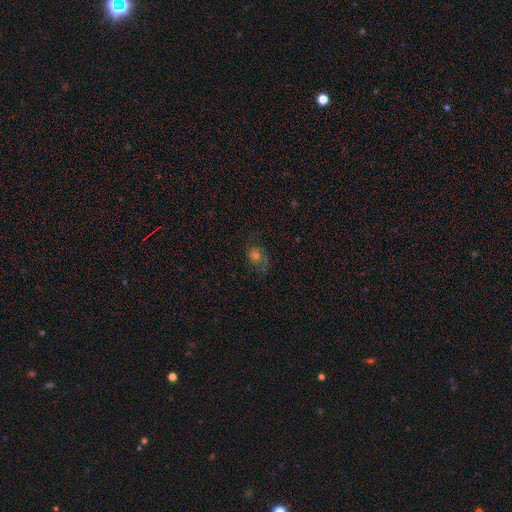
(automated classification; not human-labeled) A smooth galaxy with no disk features (46%). Merging: none (60%).